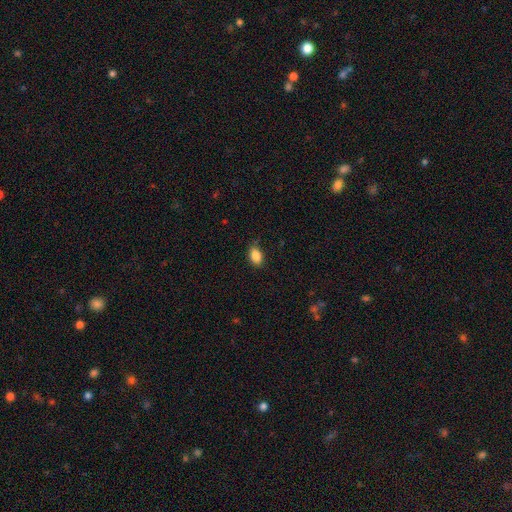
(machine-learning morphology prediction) smooth_or_featured: smooth (p=0.87) [alt: star or artifact p=0.09]
how_rounded: in between (p=0.84) [alt: round p=0.14]
merging: none (p=0.79) [alt: minor disturbance p=0.17]